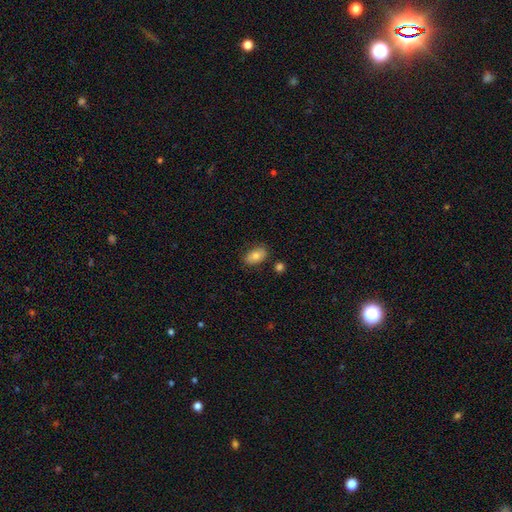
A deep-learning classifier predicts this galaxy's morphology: smooth_or_featured: smooth (p=0.78) [alt: featured or disk p=0.14]
how_rounded: in between (p=0.91) [alt: round p=0.07]
merging: none (p=0.80) [alt: minor disturbance p=0.14]